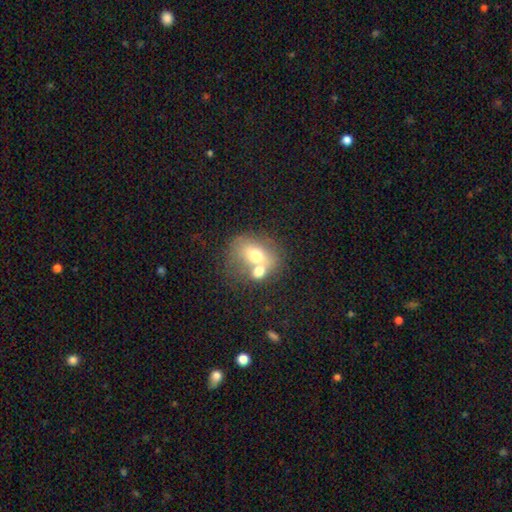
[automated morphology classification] Smooth or featured: smooth — 63% (featured or disk — 26%)
How rounded: in between — 59% (round — 40%)
Merging: merger — 56% (none — 28%)